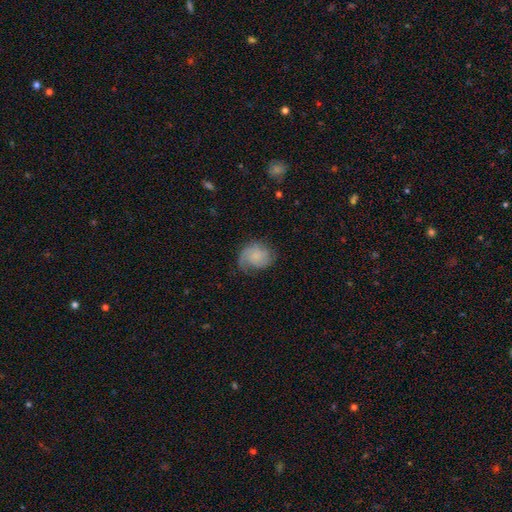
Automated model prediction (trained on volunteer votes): smooth_or_featured: featured or disk (p=0.50) [alt: smooth p=0.42]
merging: none (p=0.53) [alt: minor disturbance p=0.28]